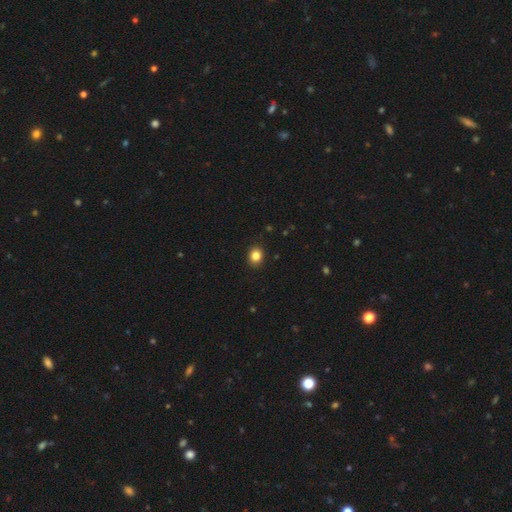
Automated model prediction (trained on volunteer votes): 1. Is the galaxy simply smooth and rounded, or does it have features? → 84% smooth, 11% star or artifact, 5% featured or disk.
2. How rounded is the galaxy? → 66% round, 33% in between, 1% cigar-shaped.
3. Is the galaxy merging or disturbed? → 91% none, 6% minor disturbance, 2% major disturbance, 1% merger.